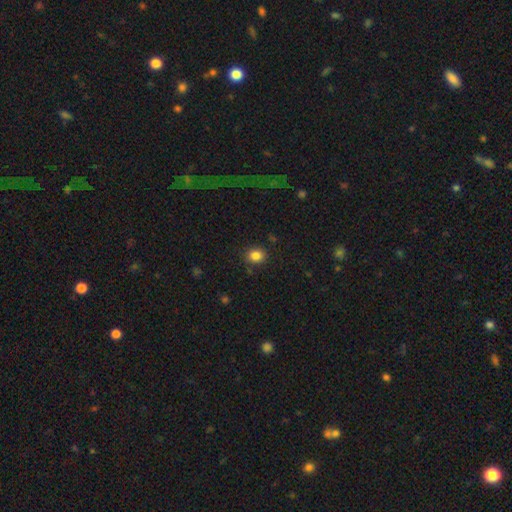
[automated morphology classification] smooth 85%, star or artifact 11%, featured or disk 5%. Down the decision tree: how rounded — round (66%); merging — none (85%).